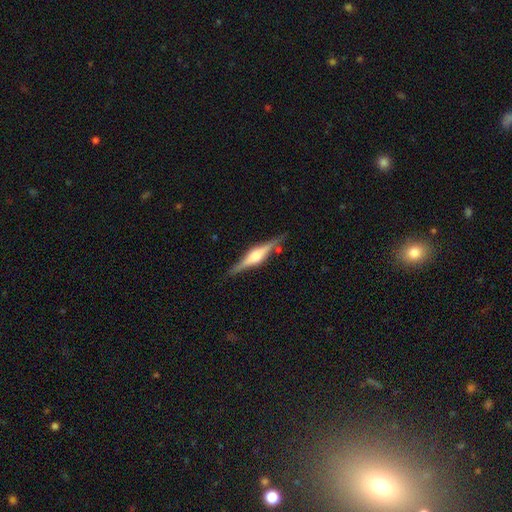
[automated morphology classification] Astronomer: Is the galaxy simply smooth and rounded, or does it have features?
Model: featured or disk — 79%.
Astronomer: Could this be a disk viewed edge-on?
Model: yes — 98%.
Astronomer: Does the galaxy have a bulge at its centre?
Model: rounded — 82%.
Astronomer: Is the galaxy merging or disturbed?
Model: none — 86%.